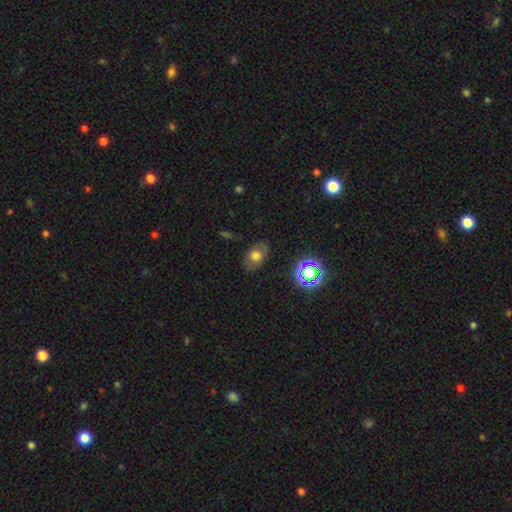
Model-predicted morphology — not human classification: Q: Smooth or featured?
A: smooth (66%); runner-up: featured or disk (19%)
Q: How rounded?
A: in between (80%); runner-up: round (18%)
Q: Merging?
A: none (80%); runner-up: minor disturbance (14%)